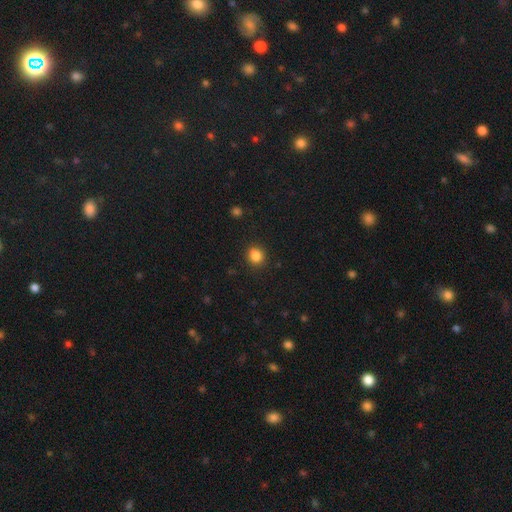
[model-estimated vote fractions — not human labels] This appears to be a smooth galaxy with no disk features (85%) that is round (75%). Merging: none (88%).